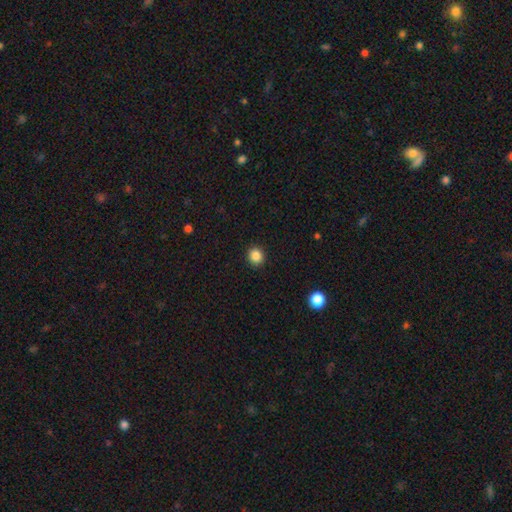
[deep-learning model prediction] Q: Smooth or featured?
A: smooth (86%); runner-up: star or artifact (10%)
Q: How rounded?
A: round (86%); runner-up: in between (14%)
Q: Merging?
A: none (92%); runner-up: minor disturbance (5%)